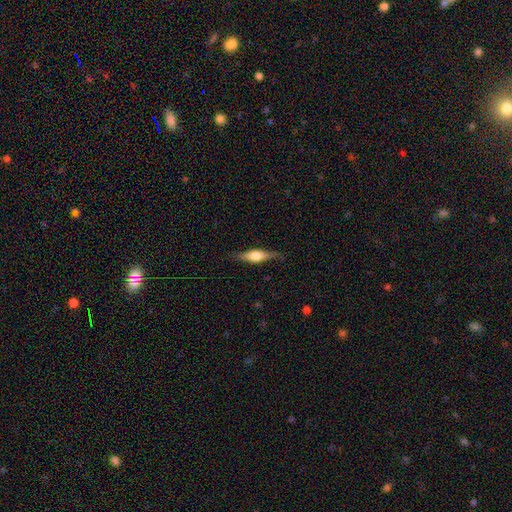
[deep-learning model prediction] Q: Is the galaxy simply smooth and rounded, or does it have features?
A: featured or disk — 58%.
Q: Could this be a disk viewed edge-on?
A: yes — 95%.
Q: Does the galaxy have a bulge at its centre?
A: rounded — 87%.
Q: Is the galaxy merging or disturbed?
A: none — 84%.